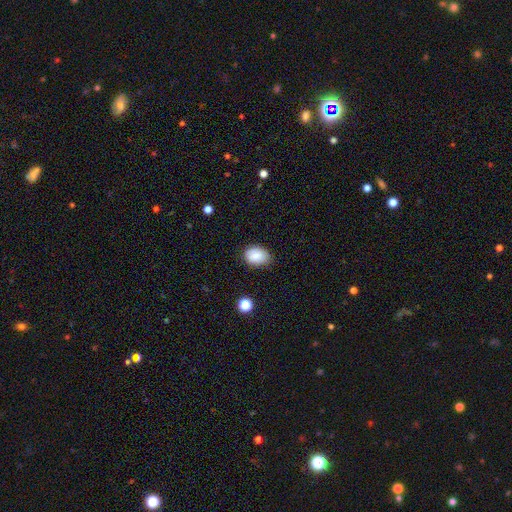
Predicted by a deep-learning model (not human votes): Smooth or featured: smooth — 83% (star or artifact — 9%)
How rounded: in between — 66% (round — 33%)
Merging: none — 77% (minor disturbance — 18%)